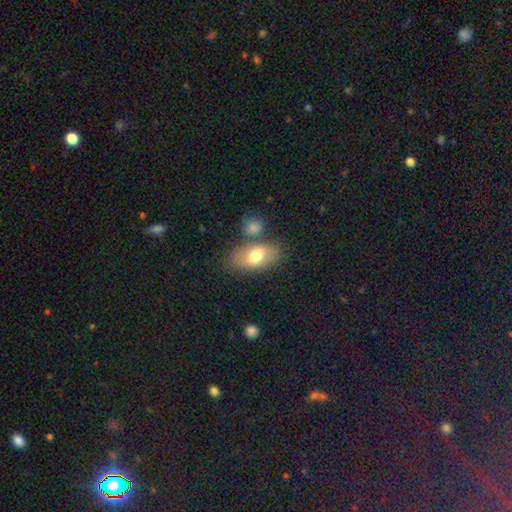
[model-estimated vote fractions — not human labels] Q: Smooth or featured?
A: smooth (71%); runner-up: featured or disk (22%)
Q: How rounded?
A: in between (89%); runner-up: round (6%)
Q: Merging?
A: none (64%); runner-up: merger (18%)